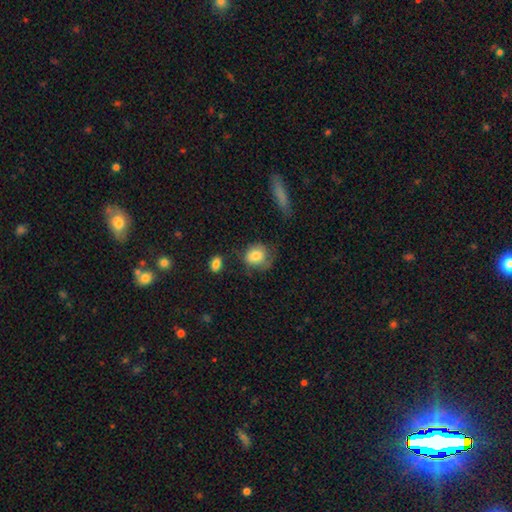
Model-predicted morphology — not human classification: A smooth galaxy with no disk features (80%) that is round (65%).

Vote fractions:
- Smooth or featured? smooth: 80% / featured or disk: 12% / star or artifact: 8%
- How rounded? round: 65% / in between: 34% / cigar-shaped: 1%
- Merging? none: 51% / minor disturbance: 29% / major disturbance: 14% / merger: 5%